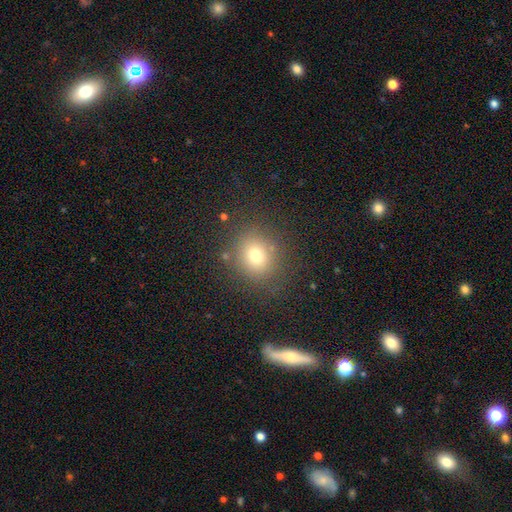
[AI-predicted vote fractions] Smooth or featured: smooth — 72% (star or artifact — 17%)
How rounded: round — 83% (in between — 16%)
Merging: none — 82% (minor disturbance — 10%)